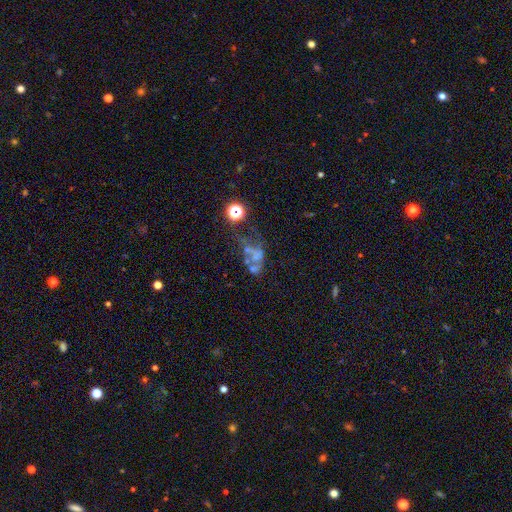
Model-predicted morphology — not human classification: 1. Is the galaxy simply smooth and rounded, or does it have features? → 46% featured or disk, 30% smooth, 24% star or artifact.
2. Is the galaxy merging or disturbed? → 32% major disturbance, 31% merger, 23% none, 13% minor disturbance.